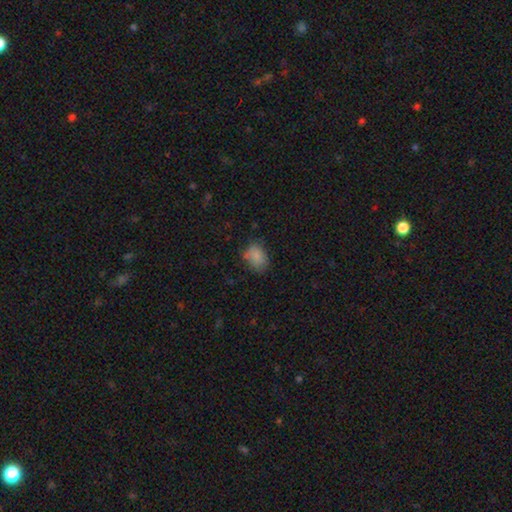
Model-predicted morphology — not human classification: Overall: smooth (84%). How rounded: in between (75%). Merging: none (64%; minor disturbance 27%).